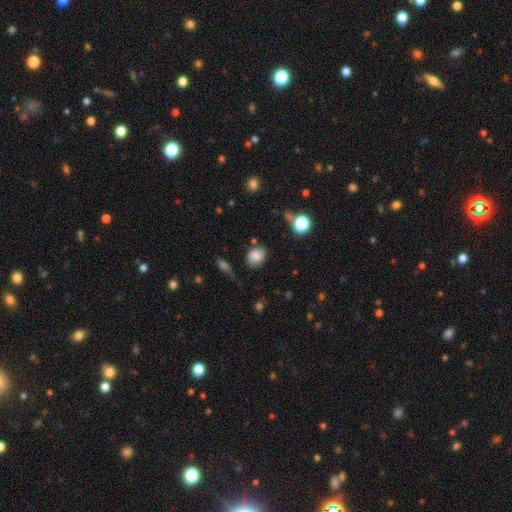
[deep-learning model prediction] Q: Smooth or featured?
A: smooth (80%); runner-up: star or artifact (11%)
Q: How rounded?
A: in between (53%); runner-up: round (46%)
Q: Merging?
A: none (72%); runner-up: minor disturbance (19%)